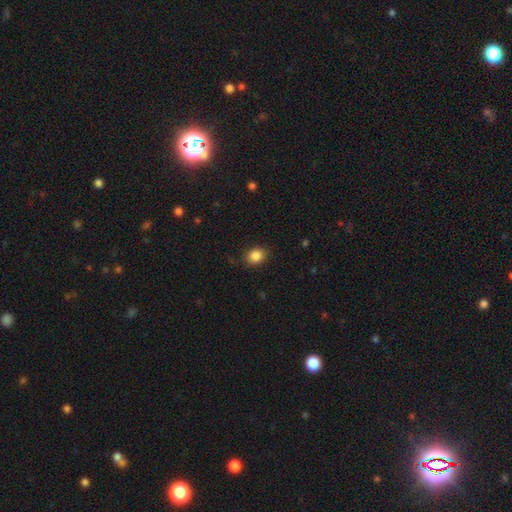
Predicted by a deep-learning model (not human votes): Smooth or featured: smooth — 86% (star or artifact — 9%)
How rounded: in between — 53% (round — 46%)
Merging: none — 86% (minor disturbance — 10%)